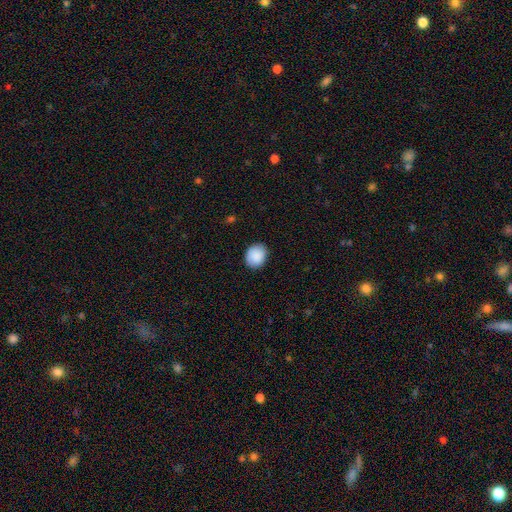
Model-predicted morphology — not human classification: smooth 90%, star or artifact 7%, featured or disk 3%. Down the decision tree: how rounded — round (65%); merging — none (87%).